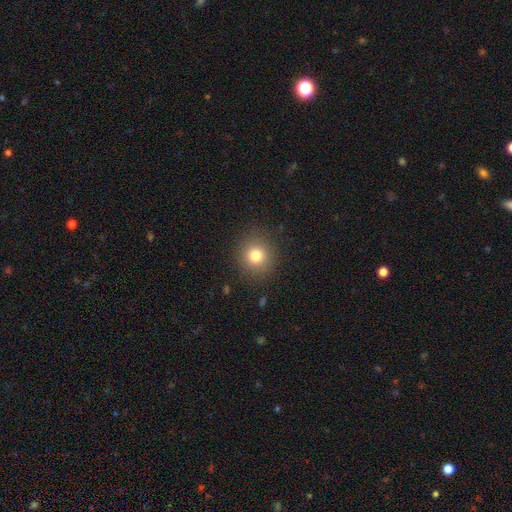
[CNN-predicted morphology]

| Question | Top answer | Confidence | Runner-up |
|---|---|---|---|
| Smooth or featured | smooth | 79% | star or artifact (13%) |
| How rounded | round | 90% | in between (9%) |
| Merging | none | 88% | minor disturbance (7%) |